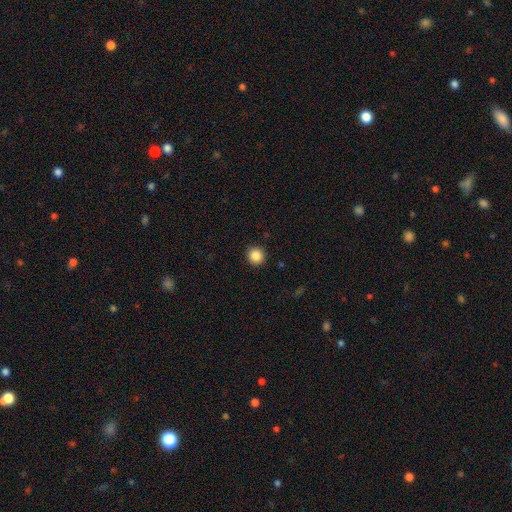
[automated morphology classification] Q: Smooth or featured?
A: smooth (87%); runner-up: star or artifact (10%)
Q: How rounded?
A: round (93%); runner-up: in between (6%)
Q: Merging?
A: none (92%); runner-up: minor disturbance (5%)